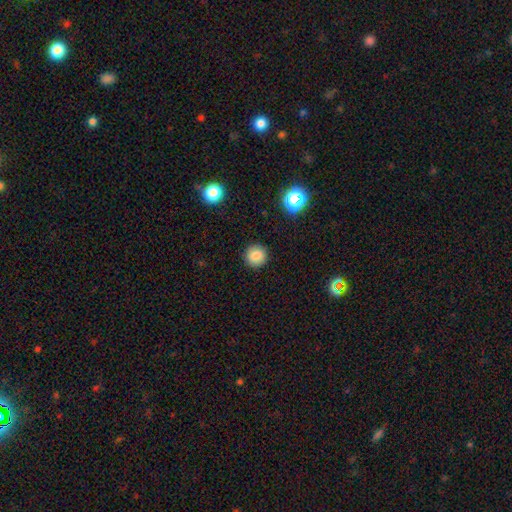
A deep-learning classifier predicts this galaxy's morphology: A smooth galaxy with no disk features (84%) that is round (94%).

Vote fractions:
- Smooth or featured? smooth: 84% / star or artifact: 11% / featured or disk: 5%
- How rounded? round: 94% / in between: 5% / cigar-shaped: 1%
- Merging? none: 92% / minor disturbance: 5% / major disturbance: 2% / merger: 1%